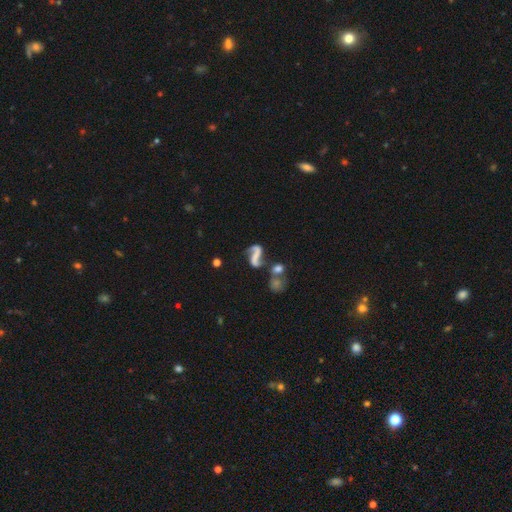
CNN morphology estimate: smooth_or_featured: featured or disk (p=0.78) [alt: smooth p=0.13]
disk_edge_on: no (p=0.97) [alt: yes p=0.03]
bar: no (p=0.37) [alt: strong p=0.33]
has_spiral_arms: yes (p=0.90) [alt: no p=0.10]
spiral_winding: loose (p=0.80) [alt: medium p=0.16]
spiral_arm_count: 2 (p=0.86) [alt: 1 p=0.09]
bulge_size: none (p=0.69) [alt: small p=0.17]
merging: none (p=0.42) [alt: merger p=0.27]